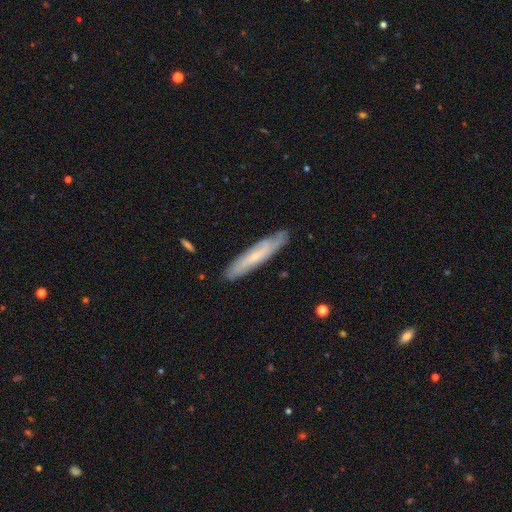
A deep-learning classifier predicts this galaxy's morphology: This appears to be a featured or disk galaxy (48%). Merging: none (84%).